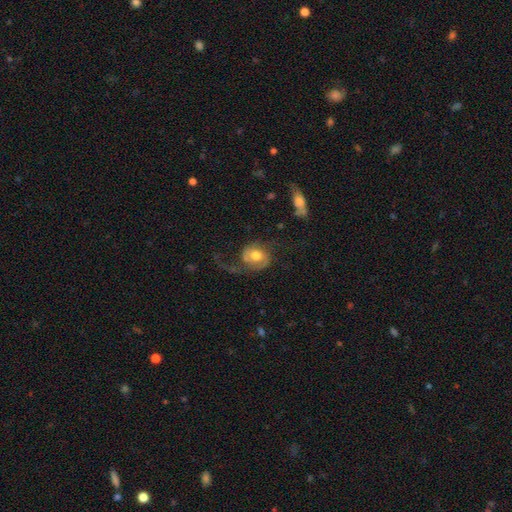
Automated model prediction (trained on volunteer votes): Smooth or featured? Predicted: featured or disk (p=0.62). Edge-on disk? Predicted: no (p=0.96). Bar? Predicted: no (p=0.66). Spiral arms? Predicted: yes (p=0.85). Spiral winding? Predicted: loose (p=0.60). Spiral arm count? Predicted: 2 (p=0.69). Bulge size? Predicted: moderate (p=0.68). Merging? Predicted: none (p=0.41).